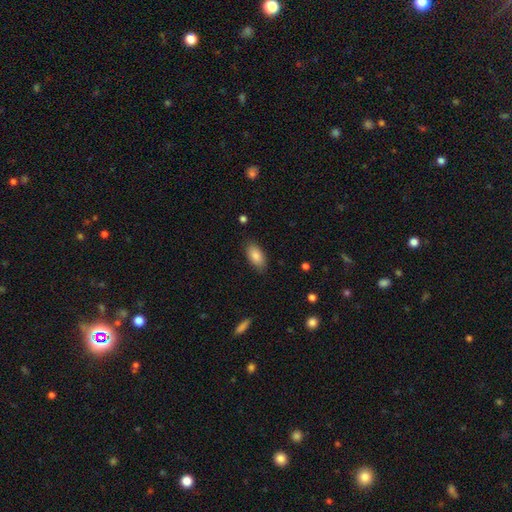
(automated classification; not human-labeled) smooth 86%, featured or disk 8%, star or artifact 7%. Down the decision tree: how rounded — in between (92%); merging — none (85%).